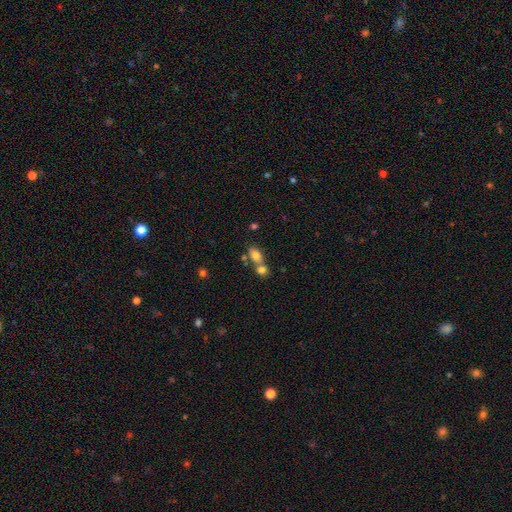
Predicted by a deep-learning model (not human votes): Morphology: type=smooth (77%); roundness=in between (79%); merging=merger (50%).